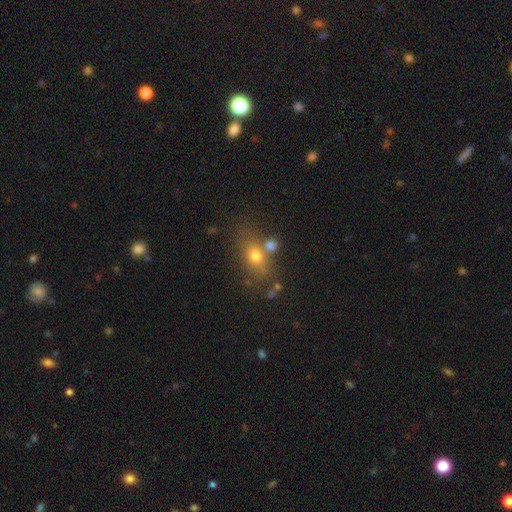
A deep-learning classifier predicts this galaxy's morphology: A smooth galaxy with no disk features (69%) that is in between round and cigar-shaped (59%). Merging: none (57%).